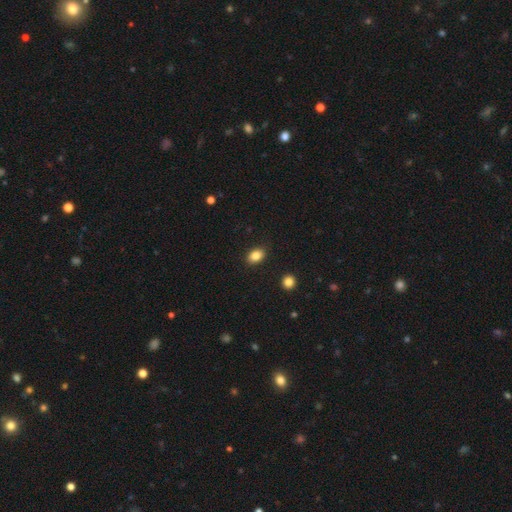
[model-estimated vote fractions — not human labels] A smooth galaxy with no disk features (85%) that is in between round and cigar-shaped (77%). Merging: none (88%).